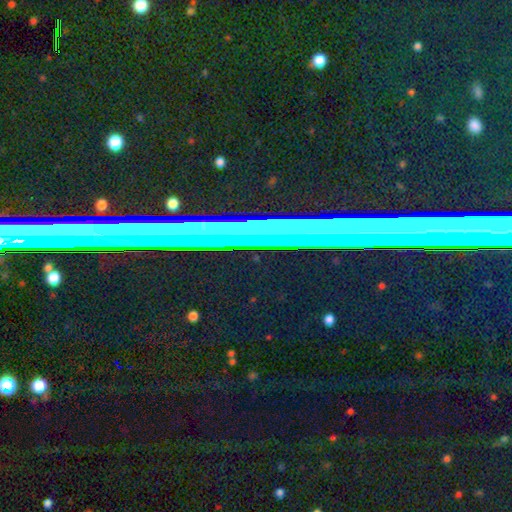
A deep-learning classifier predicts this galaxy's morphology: This is likely a star or artifact rather than a galaxy (61%).